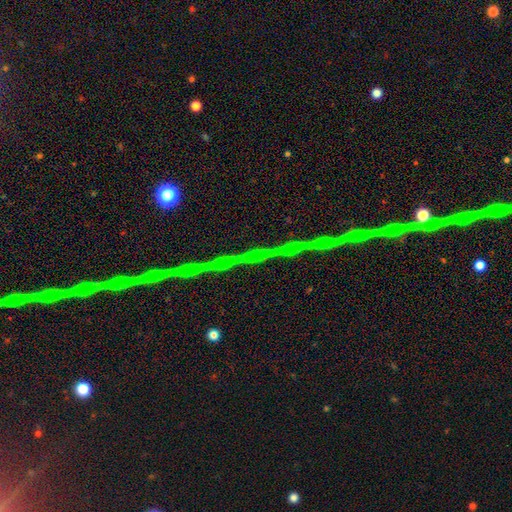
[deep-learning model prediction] smooth_or_featured: star or artifact (p=0.72) [alt: featured or disk p=0.20]